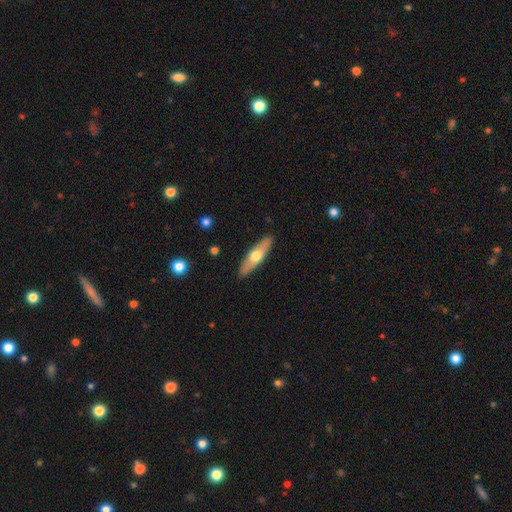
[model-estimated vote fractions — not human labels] Smooth or featured? smooth (52%)
How rounded? cigar-shaped (62%)
Merging? none (90%)